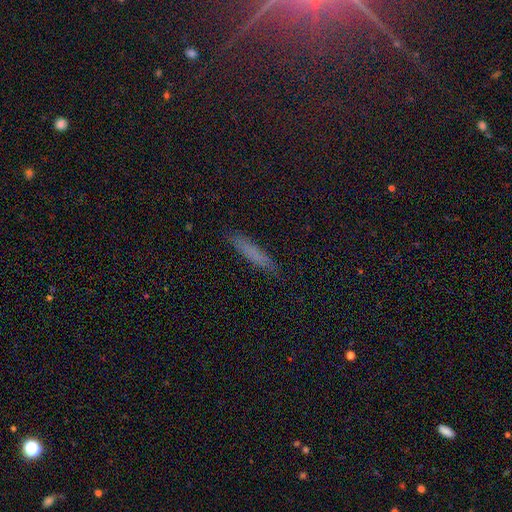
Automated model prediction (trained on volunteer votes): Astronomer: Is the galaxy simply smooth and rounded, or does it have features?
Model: smooth — 68%.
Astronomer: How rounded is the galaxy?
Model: cigar-shaped — 88%.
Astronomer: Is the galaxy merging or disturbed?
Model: none — 86%.